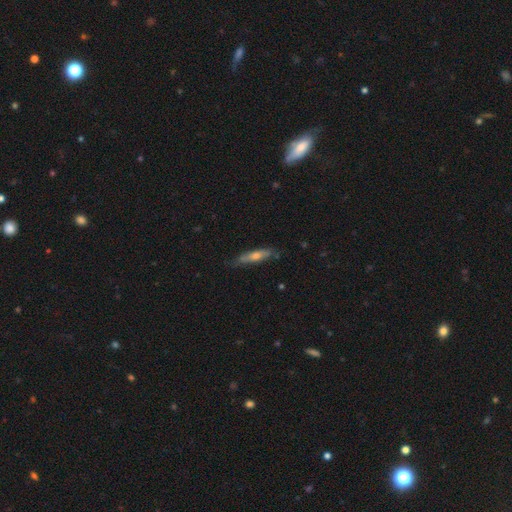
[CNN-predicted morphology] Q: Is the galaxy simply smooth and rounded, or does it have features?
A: featured or disk — 48%.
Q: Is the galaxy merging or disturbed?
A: none — 76%.